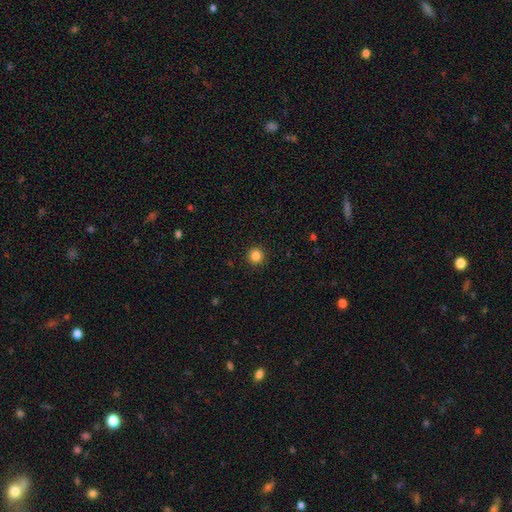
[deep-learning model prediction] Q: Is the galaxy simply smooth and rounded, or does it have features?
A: smooth — 85%.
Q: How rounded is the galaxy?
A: round — 95%.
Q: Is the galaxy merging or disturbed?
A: none — 93%.